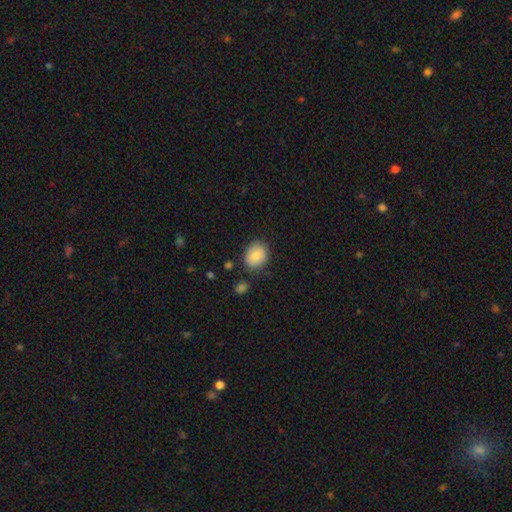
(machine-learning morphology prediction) type=smooth (85%); roundness=in between (55%); merging=none (80%).